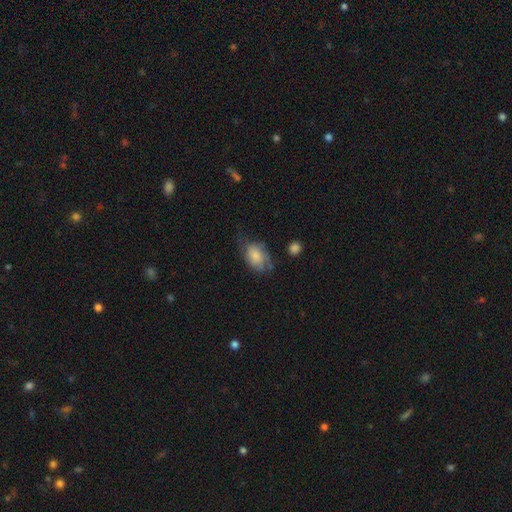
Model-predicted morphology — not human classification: A smooth galaxy with no disk features (73%) that is in between round and cigar-shaped (81%). Merging: none (39%).